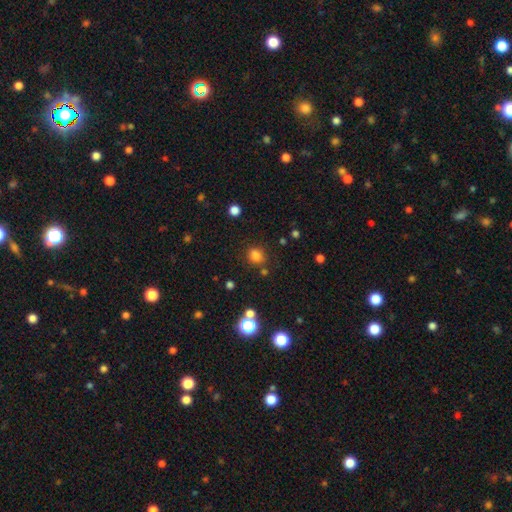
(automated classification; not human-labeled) smooth-or-featured: smooth: 79% | star or artifact: 16% | featured or disk: 5%
  how-rounded: round: 64% | in between: 35% | cigar-shaped: 1%
  merging: none: 79% | minor disturbance: 11% | merger: 6% | major disturbance: 4%